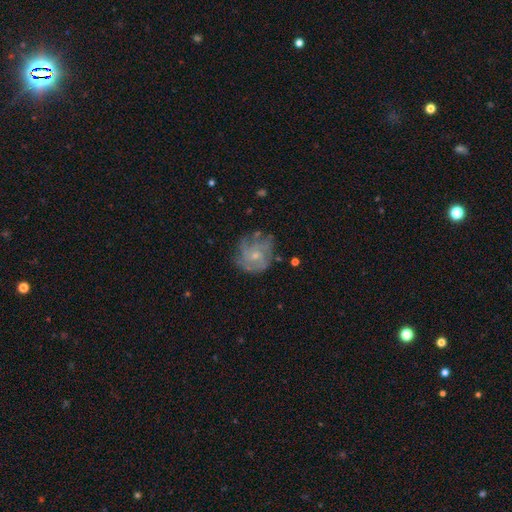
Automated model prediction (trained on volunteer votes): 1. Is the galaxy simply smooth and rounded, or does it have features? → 70% featured or disk, 22% smooth, 8% star or artifact.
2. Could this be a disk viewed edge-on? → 98% no, 2% yes.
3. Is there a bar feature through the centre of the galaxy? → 76% no, 21% weak, 3% strong.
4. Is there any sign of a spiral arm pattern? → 83% yes, 17% no.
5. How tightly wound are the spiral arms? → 49% tight, 37% medium, 14% loose.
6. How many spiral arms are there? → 38% can't tell, 22% 3, 18% 4, 12% 2, 6% more than 4, 6% 1.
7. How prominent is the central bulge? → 67% small, 27% moderate, 4% none, 1% large, 1% dominant.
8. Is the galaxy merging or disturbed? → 63% none, 23% minor disturbance, 12% major disturbance, 2% merger.